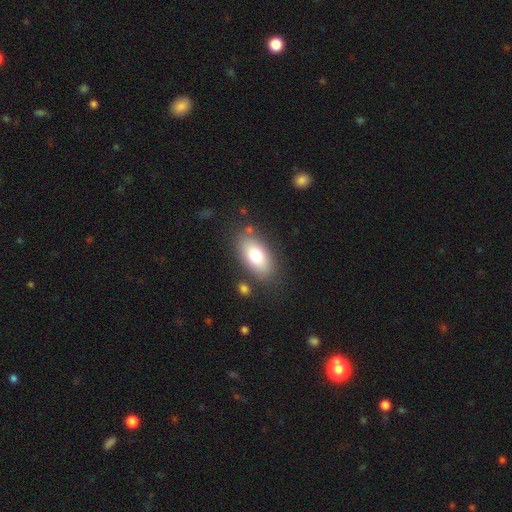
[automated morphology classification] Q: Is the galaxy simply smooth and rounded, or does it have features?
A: smooth — 76%.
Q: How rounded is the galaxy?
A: in between — 91%.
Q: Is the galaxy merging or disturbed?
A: none — 79%.